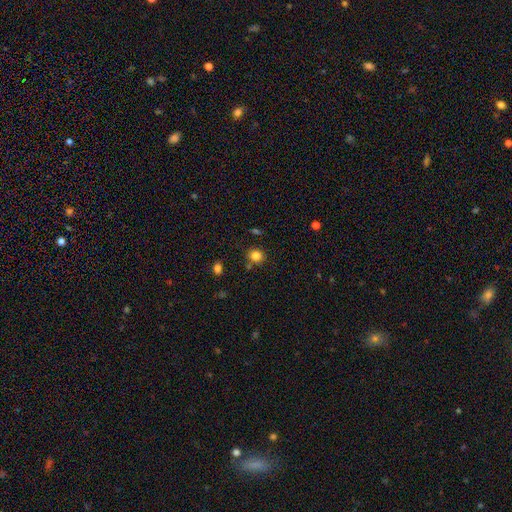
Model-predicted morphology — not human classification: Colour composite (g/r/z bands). It shows a smooth galaxy with no disk features (82%) that is round (78%). Merging: none (80%).